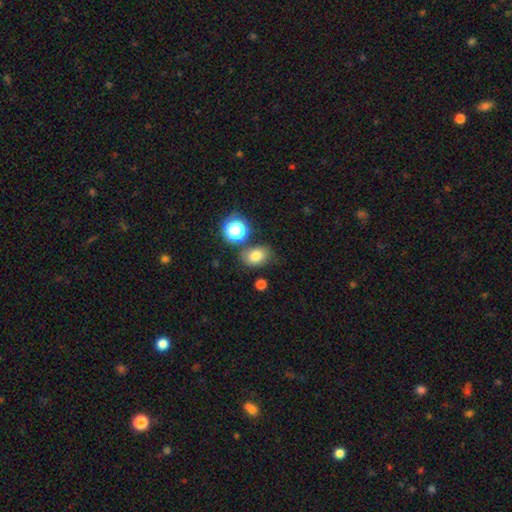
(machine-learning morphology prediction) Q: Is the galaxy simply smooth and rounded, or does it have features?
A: smooth — 76%.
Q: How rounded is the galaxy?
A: in between — 65%.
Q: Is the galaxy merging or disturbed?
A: none — 72%.